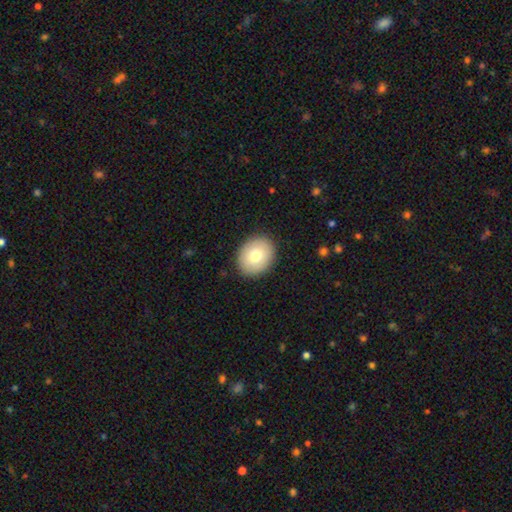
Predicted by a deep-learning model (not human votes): Morphology: type=smooth (76%); roundness=in between (51%); merging=none (89%).